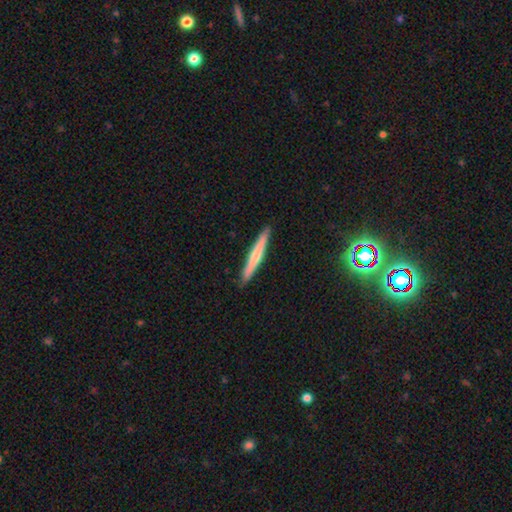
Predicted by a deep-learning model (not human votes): Smooth or featured: smooth — 55% (featured or disk — 39%)
How rounded: cigar-shaped — 96% (in between — 3%)
Merging: none — 90% (minor disturbance — 7%)